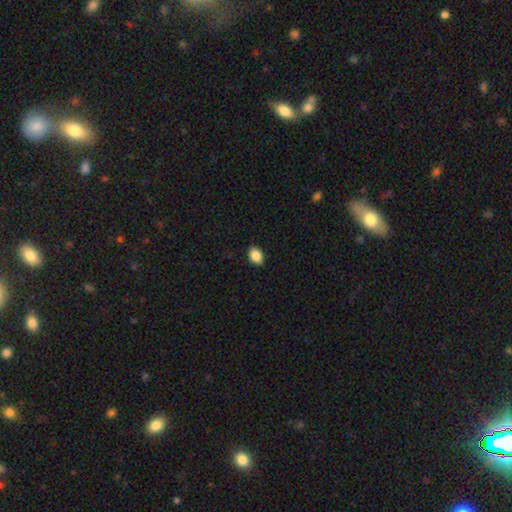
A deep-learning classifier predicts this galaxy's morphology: A smooth galaxy with no disk features (87%) that is in between round and cigar-shaped (83%). Merging: none (88%).